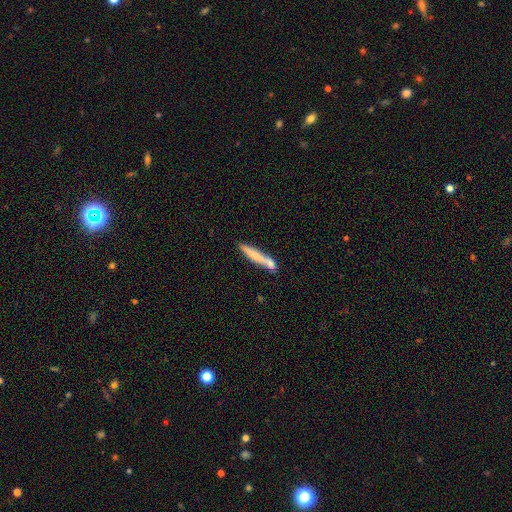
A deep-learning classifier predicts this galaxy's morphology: A smooth galaxy with no disk features (61%) that is cigar-shaped (92%). Merging: none (56%).